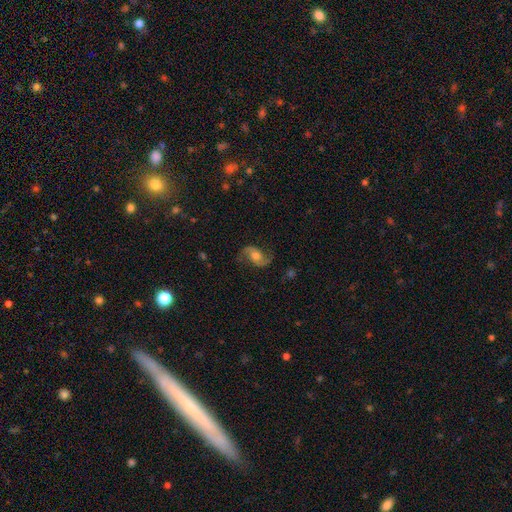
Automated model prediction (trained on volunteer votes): smooth_or_featured: featured or disk (p=0.84) [alt: smooth p=0.09]
disk_edge_on: no (p=0.97) [alt: yes p=0.03]
bar: no (p=0.60) [alt: weak p=0.32]
has_spiral_arms: yes (p=0.97) [alt: no p=0.03]
spiral_winding: loose (p=0.55) [alt: medium p=0.37]
spiral_arm_count: 2 (p=0.93) [alt: can't tell p=0.02]
bulge_size: moderate (p=0.60) [alt: small p=0.22]
merging: none (p=0.78) [alt: minor disturbance p=0.14]